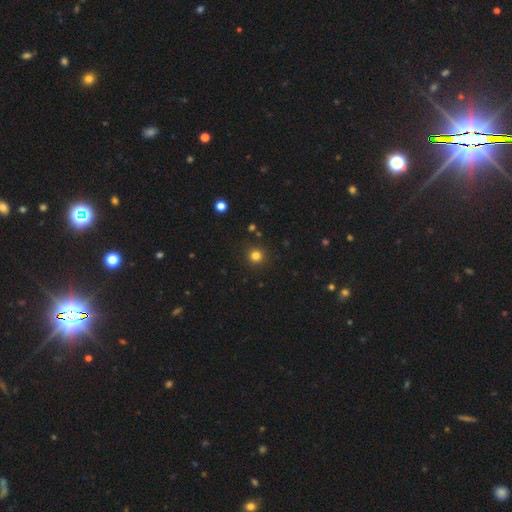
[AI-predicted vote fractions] smooth_or_featured: smooth (p=0.81) [alt: star or artifact p=0.14]
how_rounded: round (p=0.94) [alt: in between p=0.05]
merging: none (p=0.91) [alt: minor disturbance p=0.06]